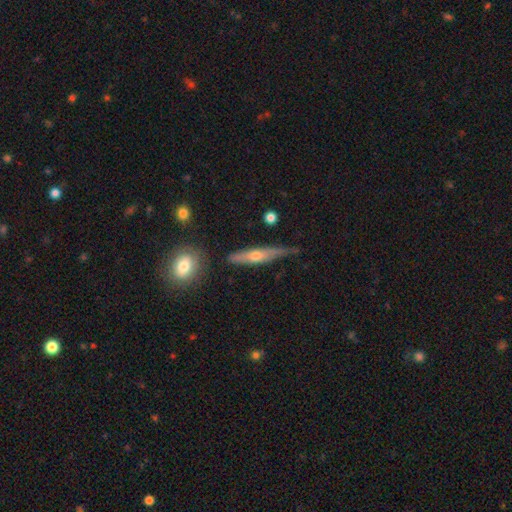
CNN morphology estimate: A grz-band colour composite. It shows a featured or disk galaxy (51%) viewed edge-on (87%). Merging: none (64%).